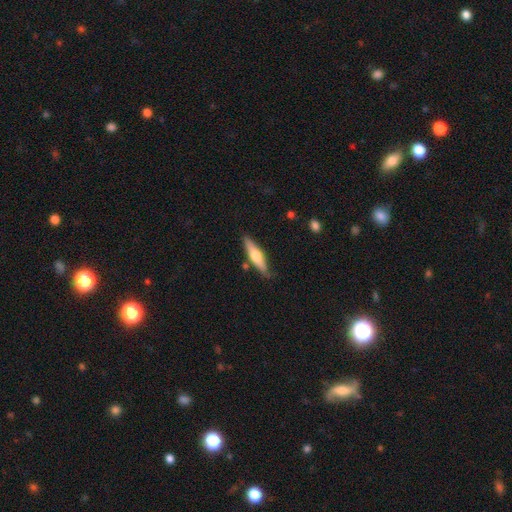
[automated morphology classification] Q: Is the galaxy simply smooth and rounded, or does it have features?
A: featured or disk — 49%.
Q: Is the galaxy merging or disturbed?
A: none — 81%.